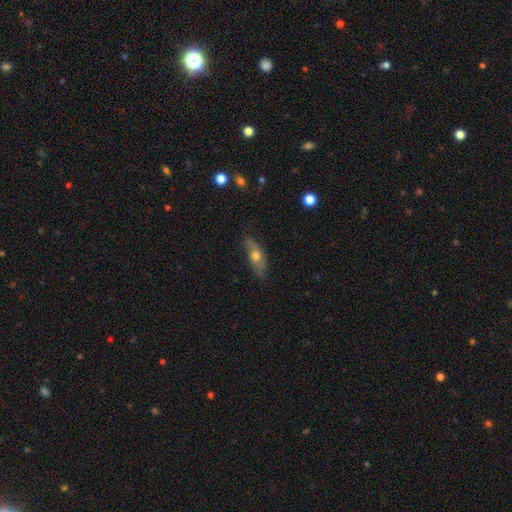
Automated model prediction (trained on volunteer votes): This appears to be a featured or disk galaxy (49%). Merging: none (72%).